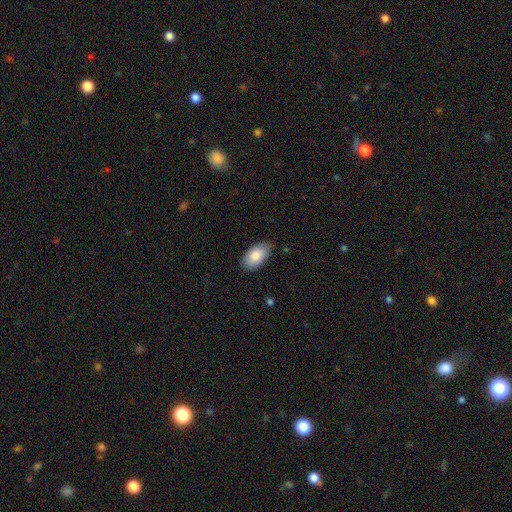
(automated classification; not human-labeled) Smooth or featured: smooth — 85% (featured or disk — 9%)
How rounded: in between — 95% (round — 4%)
Merging: none — 80% (minor disturbance — 17%)